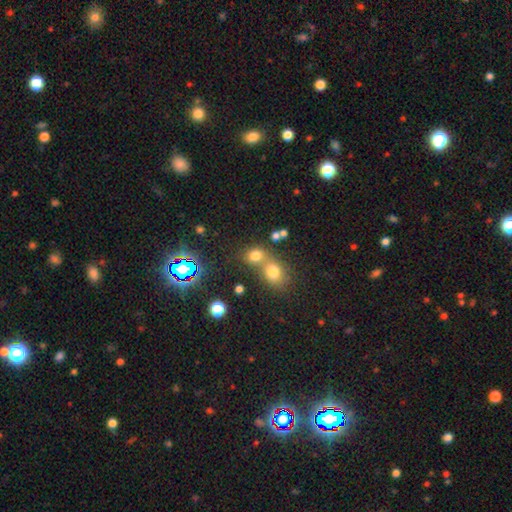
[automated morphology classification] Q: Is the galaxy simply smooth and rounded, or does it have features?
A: smooth — 71%.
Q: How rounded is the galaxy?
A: round — 61%.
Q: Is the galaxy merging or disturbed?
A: merger — 48%.